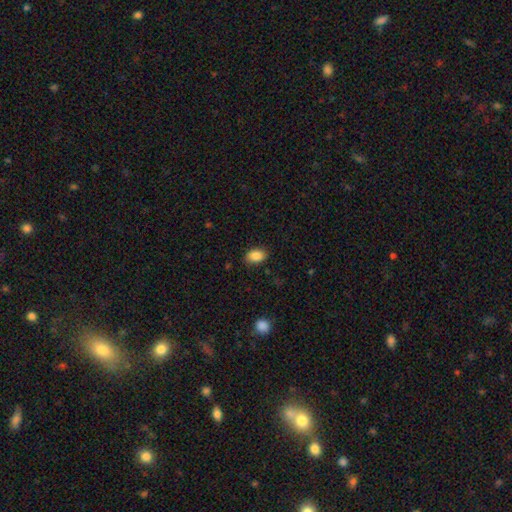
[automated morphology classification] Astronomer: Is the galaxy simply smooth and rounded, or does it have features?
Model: smooth — 87%.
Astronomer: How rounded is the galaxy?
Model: in between — 84%.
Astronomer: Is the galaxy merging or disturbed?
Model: none — 85%.